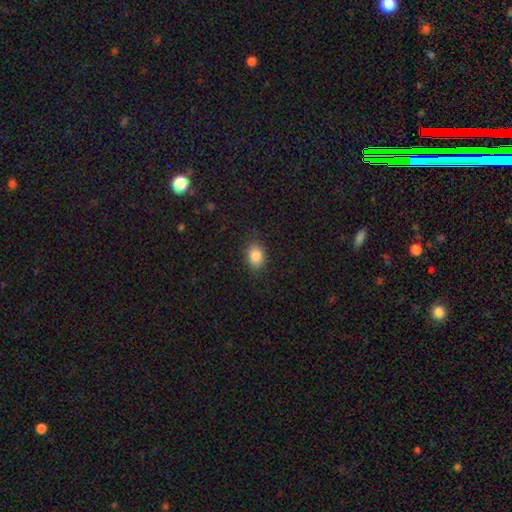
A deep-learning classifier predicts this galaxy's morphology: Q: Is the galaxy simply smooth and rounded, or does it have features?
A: smooth — 86%.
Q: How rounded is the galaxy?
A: in between — 70%.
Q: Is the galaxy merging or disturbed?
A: none — 85%.